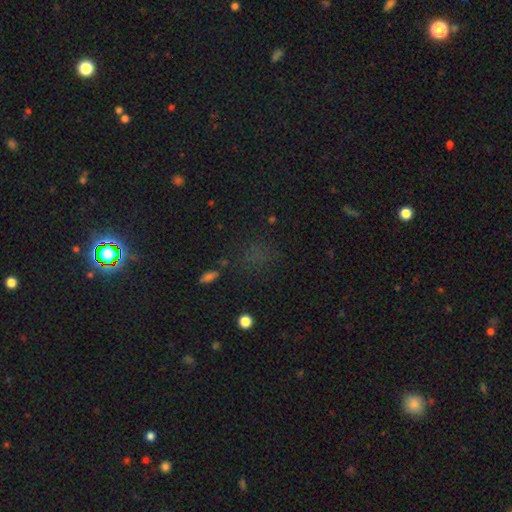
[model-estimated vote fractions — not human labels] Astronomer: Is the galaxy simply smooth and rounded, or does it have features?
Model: star or artifact — 51% (runner-up: smooth, 39%).